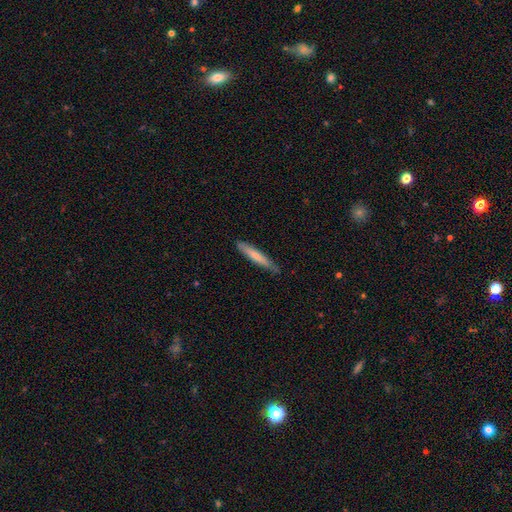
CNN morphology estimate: Q: Smooth or featured?
A: smooth (69%); runner-up: featured or disk (26%)
Q: How rounded?
A: cigar-shaped (92%); runner-up: in between (7%)
Q: Merging?
A: none (81%); runner-up: minor disturbance (15%)